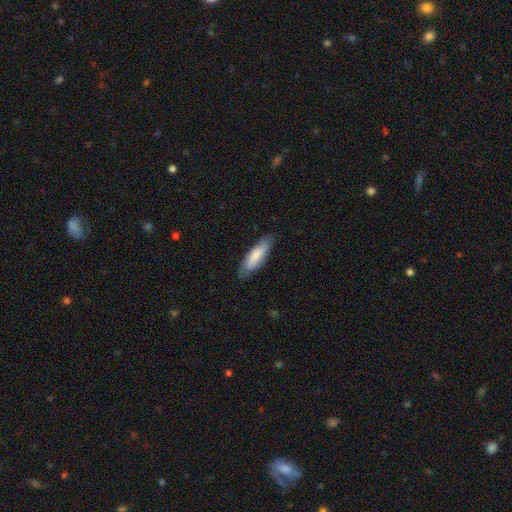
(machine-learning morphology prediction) Smooth or featured? Predicted: smooth (p=0.78). How rounded? Predicted: cigar-shaped (p=0.50). Merging? Predicted: none (p=0.79).